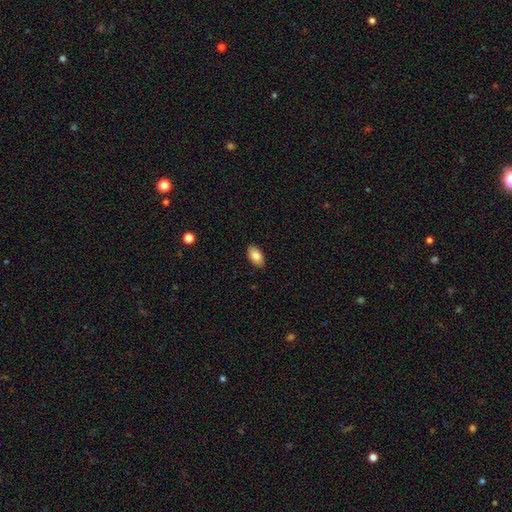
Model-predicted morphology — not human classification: Overall: smooth (85%). How rounded: in between (94%). Merging: none (88%).